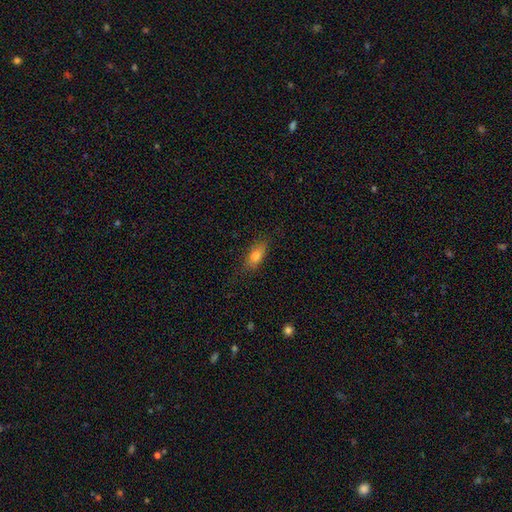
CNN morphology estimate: The model was most divided on "how rounded": in between: 70%, cigar-shaped: 25%, round: 5%. More confident: merging — none (78%); smooth or featured — smooth (74%).